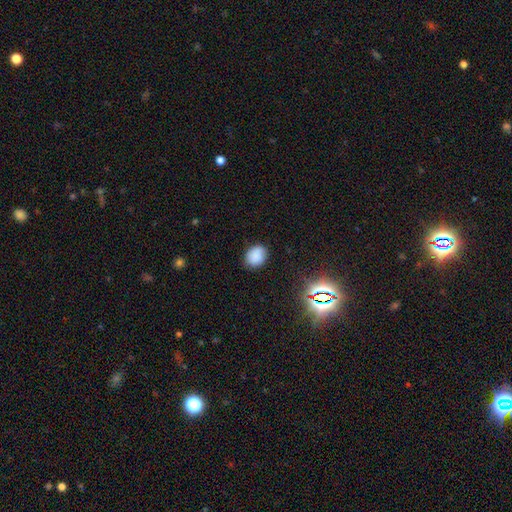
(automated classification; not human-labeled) smooth_or_featured: smooth (p=0.83) [alt: star or artifact p=0.12]
how_rounded: in between (p=0.60) [alt: round p=0.39]
merging: none (p=0.83) [alt: minor disturbance p=0.13]